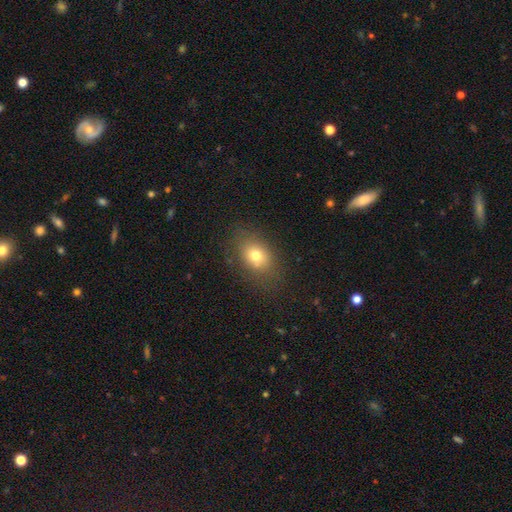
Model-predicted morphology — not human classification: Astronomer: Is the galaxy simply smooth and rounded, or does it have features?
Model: smooth — 73%.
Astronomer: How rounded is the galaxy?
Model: in between — 65%.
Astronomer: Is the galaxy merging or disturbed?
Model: none — 77%.